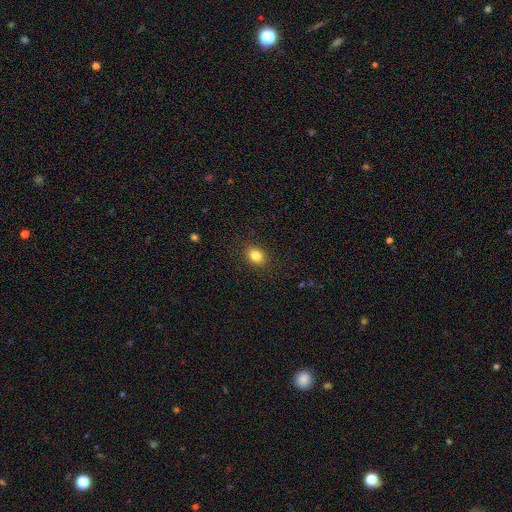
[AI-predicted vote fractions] A smooth galaxy with no disk features (83%) that is in between round and cigar-shaped (64%). Merging: none (89%).